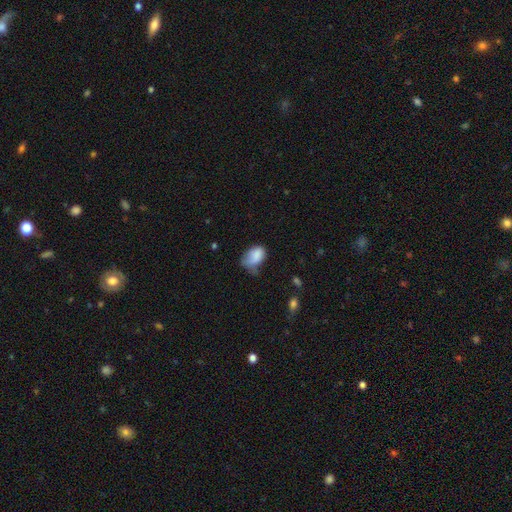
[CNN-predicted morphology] Overall: smooth (81%). How rounded: in between (85%). Merging: minor disturbance (43%; none 30%).